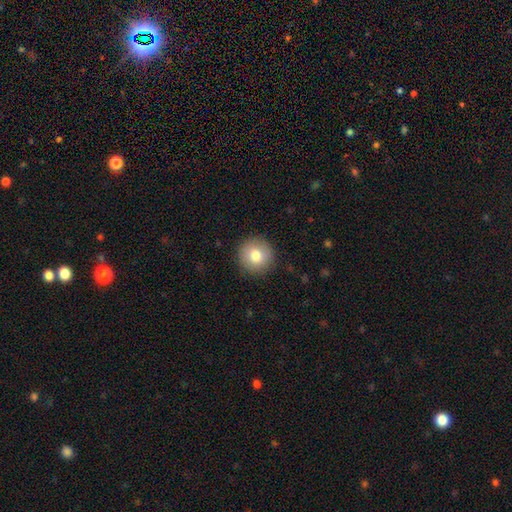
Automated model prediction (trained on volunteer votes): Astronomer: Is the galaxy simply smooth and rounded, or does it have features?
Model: smooth — 80%.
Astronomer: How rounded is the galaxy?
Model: round — 95%.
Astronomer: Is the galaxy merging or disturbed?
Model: none — 91%.